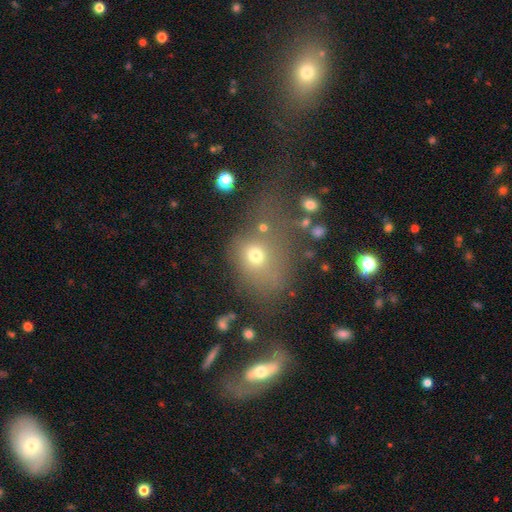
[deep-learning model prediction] Q: Smooth or featured?
A: smooth (64%); runner-up: star or artifact (19%)
Q: How rounded?
A: round (51%); runner-up: in between (47%)
Q: Merging?
A: none (40%); runner-up: merger (24%)